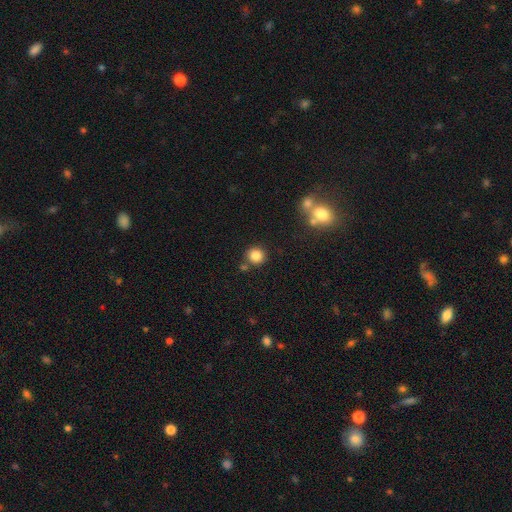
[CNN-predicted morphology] This is clearly a smooth galaxy (84%). How rounded: clearly round (91%). Merging: clearly none (80%).